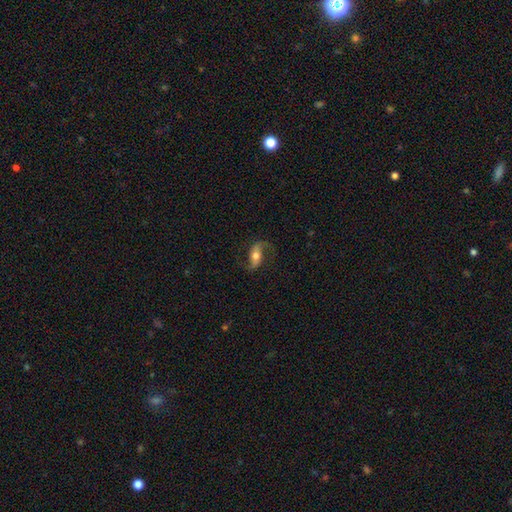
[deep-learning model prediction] The model was most divided on "bar": no: 39%, weak: 31%, strong: 30%. More confident: spiral arms — yes (92%); spiral arm count — 2 (92%); edge-on disk — no (92%); merging — none (76%); smooth or featured — featured or disk (73%); spiral winding — loose (71%); bulge size — moderate (65%).